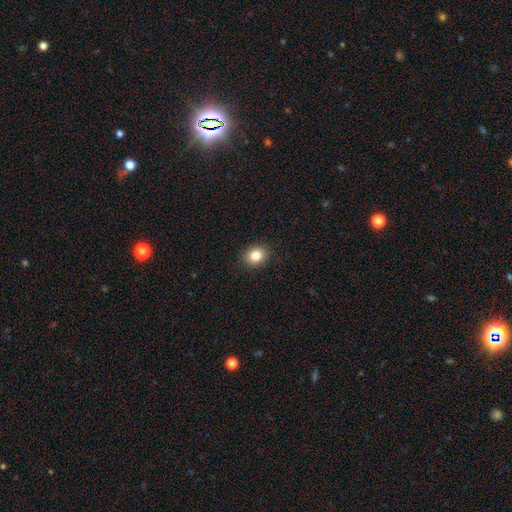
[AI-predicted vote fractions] A smooth galaxy with no disk features (83%) that is round (60%). Merging: none (90%).